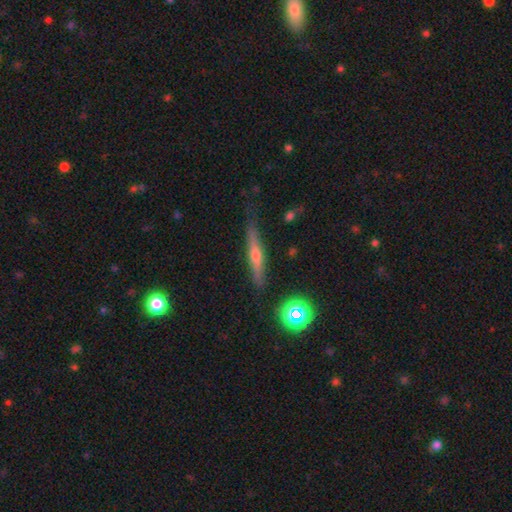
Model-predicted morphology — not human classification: type=featured or disk (60%); edge-on=yes (95%); edge-on bulge=rounded (78%); merging=none (81%).